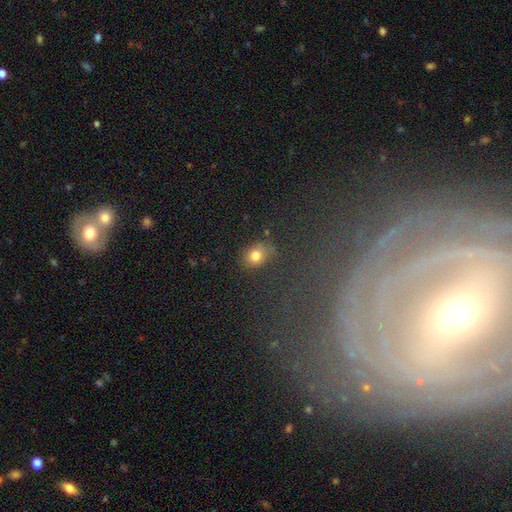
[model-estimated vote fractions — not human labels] Q: Smooth or featured?
A: smooth (78%); runner-up: star or artifact (14%)
Q: How rounded?
A: round (53%); runner-up: in between (45%)
Q: Merging?
A: none (72%); runner-up: minor disturbance (17%)